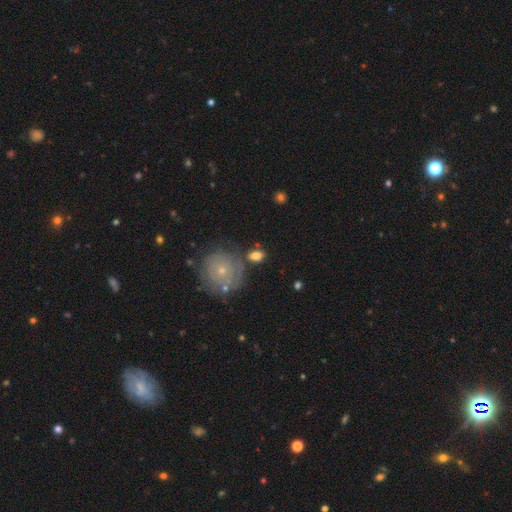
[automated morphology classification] type=smooth (71%); roundness=in between (59%); merging=none (65%).